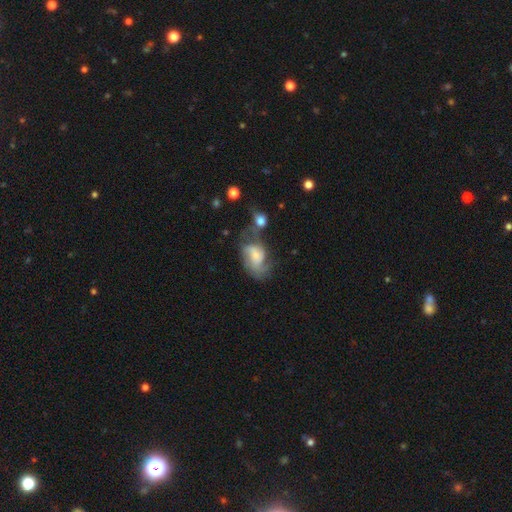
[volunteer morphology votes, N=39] This appears to be a featured or disk galaxy (59%) with no bar (55%), 2 (40%) medium (60%) spiral arms (91%) and a small central bulge (64%). Merging: major disturbance (54%).